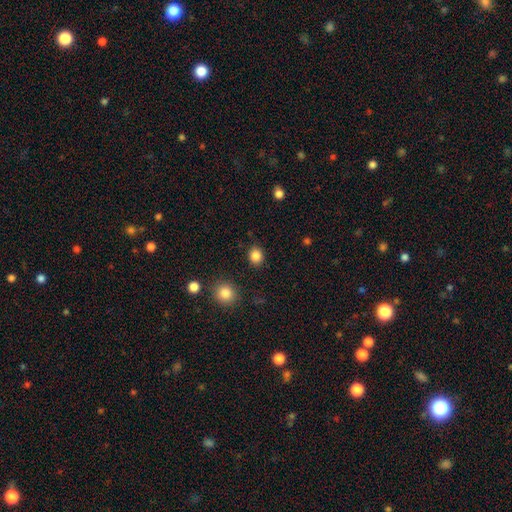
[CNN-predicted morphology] Smooth or featured? smooth (86%)
How rounded? round (69%)
Merging? none (89%)